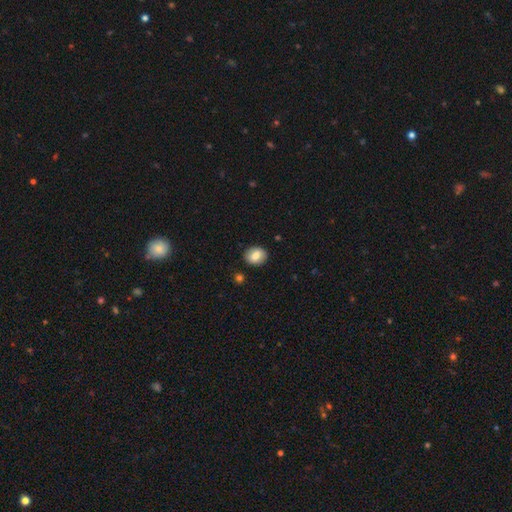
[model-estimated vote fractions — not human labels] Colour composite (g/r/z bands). It shows a smooth galaxy with no disk features (78%) that is round (56%). Merging: none (87%).